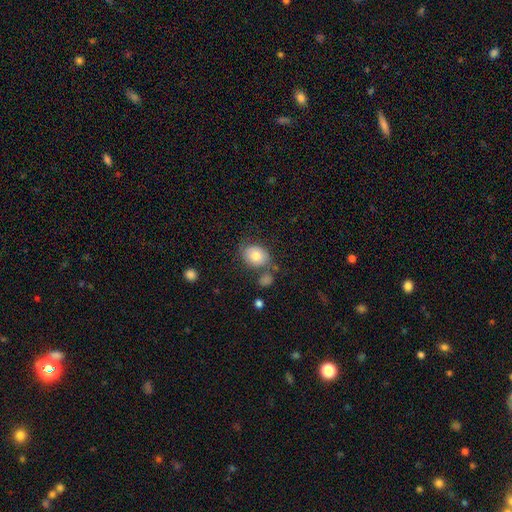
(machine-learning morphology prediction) A smooth galaxy with no disk features (78%) that is in between round and cigar-shaped (58%). Merging: none (66%).